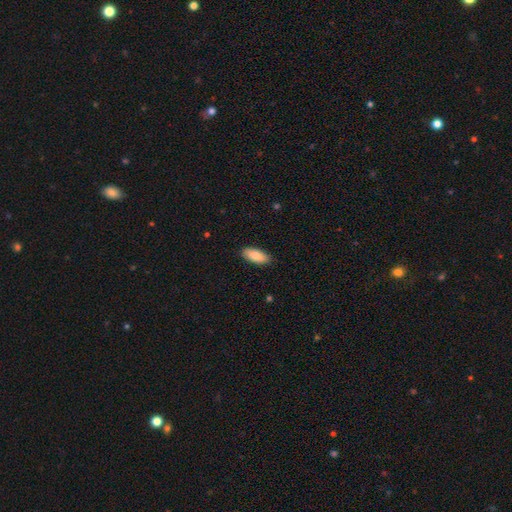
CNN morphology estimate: Smooth or featured: smooth — 87% (featured or disk — 7%)
How rounded: in between — 86% (cigar-shaped — 12%)
Merging: none — 88% (minor disturbance — 9%)